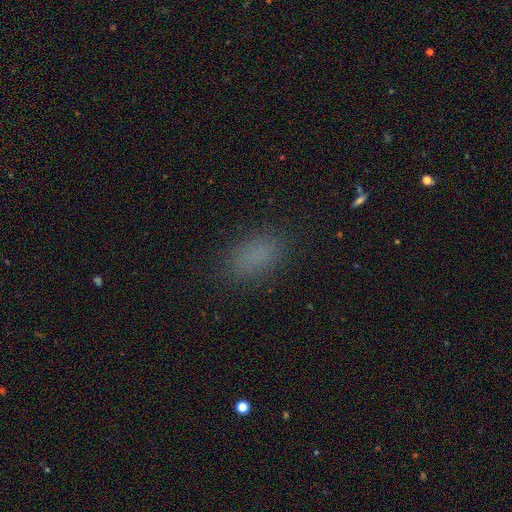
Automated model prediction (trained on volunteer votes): Overall: smooth (81%). How rounded: in between (88%). Merging: none (85%).